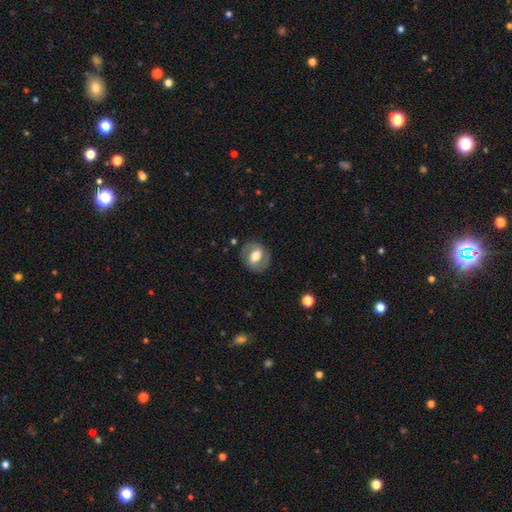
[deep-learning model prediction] smooth-or-featured: featured or disk: 58% | smooth: 35% | star or artifact: 7%
  disk-edge-on: no: 96% | yes: 4%
    bar: weak: 39% | strong: 34% | no: 27%
    has-spiral-arms: yes: 68% | no: 32%
    bulge-size: moderate: 57% | large: 30% | small: 8% | dominant: 3% | none: 2%
  merging: none: 81% | minor disturbance: 12% | major disturbance: 6% | merger: 1%